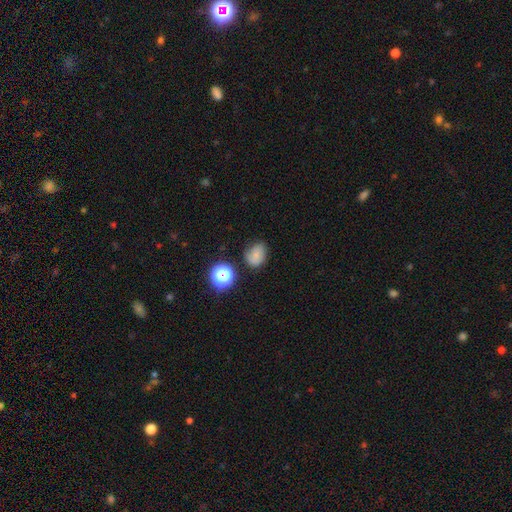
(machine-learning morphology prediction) This is likely a smooth galaxy (70%). How rounded: possibly in between (52%). Merging: likely none (62%).